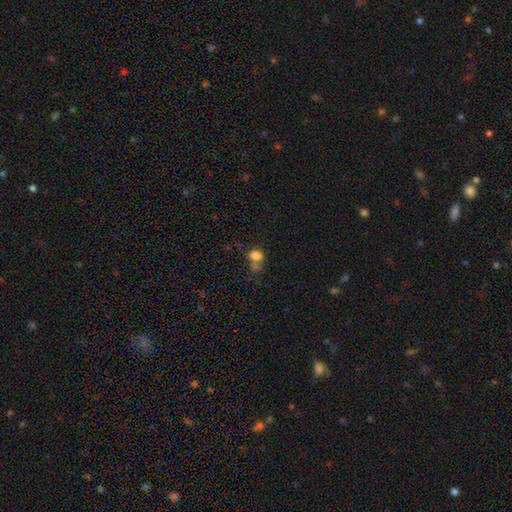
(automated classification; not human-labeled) The model was most divided on "merging": none: 40%, merger: 29%, minor disturbance: 18%, major disturbance: 13%. More confident: smooth or featured — smooth (76%); how rounded — round (59%).